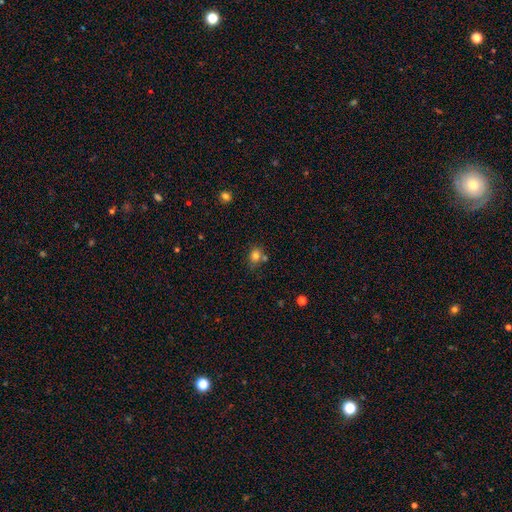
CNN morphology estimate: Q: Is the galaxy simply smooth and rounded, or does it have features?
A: smooth — 78%.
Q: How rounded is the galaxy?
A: round — 56%.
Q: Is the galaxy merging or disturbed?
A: none — 60%.